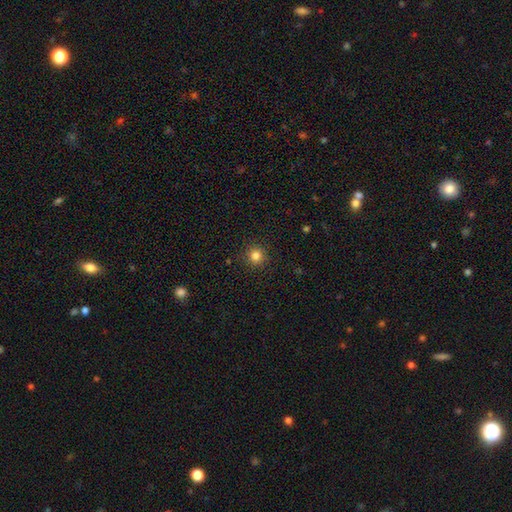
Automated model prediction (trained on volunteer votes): The model was most divided on "smooth or featured": smooth: 83%, star or artifact: 12%, featured or disk: 5%. More confident: how rounded — round (93%); merging — none (90%).